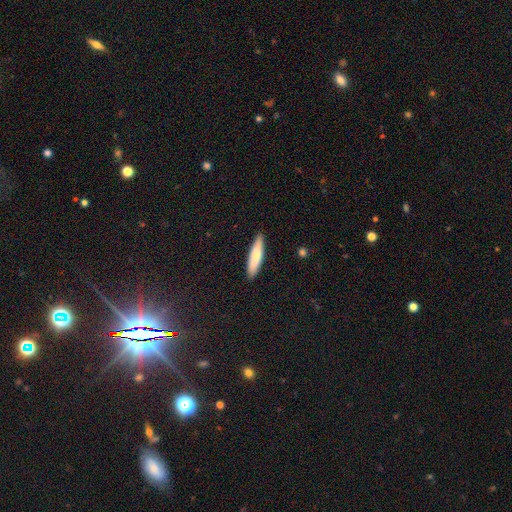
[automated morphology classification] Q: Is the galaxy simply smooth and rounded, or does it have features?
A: smooth — 71%.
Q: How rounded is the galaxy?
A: cigar-shaped — 76%.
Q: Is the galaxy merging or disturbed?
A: none — 89%.